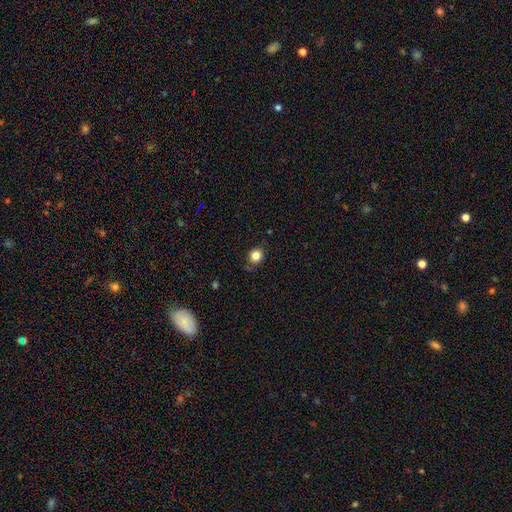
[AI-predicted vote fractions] Overall: smooth (83%). How rounded: round (82%). Merging: none (82%).